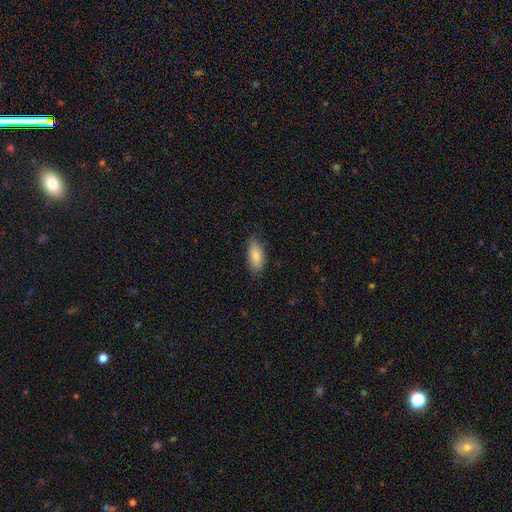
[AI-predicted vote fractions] smooth 83%, featured or disk 11%, star or artifact 6%. Down the decision tree: how rounded — in between (85%); merging — none (77%).